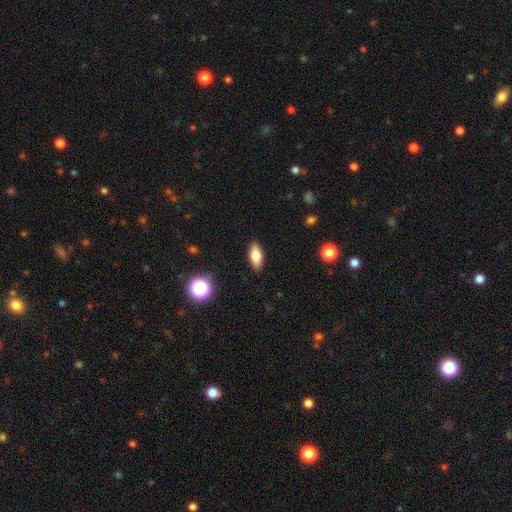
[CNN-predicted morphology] smooth-or-featured: smooth: 74% | featured or disk: 18% | star or artifact: 8%
  how-rounded: in between: 81% | cigar-shaped: 15% | round: 4%
  merging: none: 88% | minor disturbance: 9% | major disturbance: 2% | merger: 1%